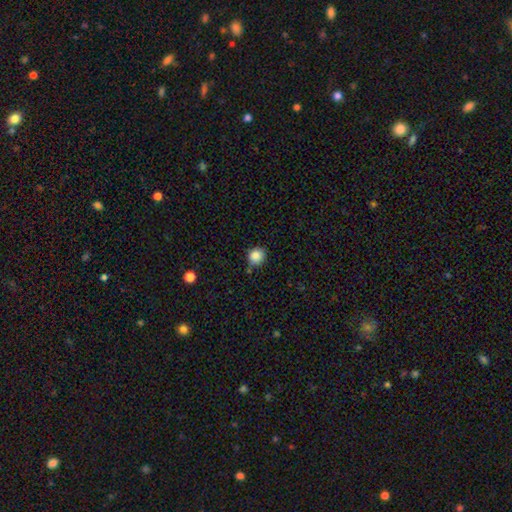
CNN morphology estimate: This appears to be a smooth galaxy with no disk features (86%) that is round (86%). Merging: none (77%).